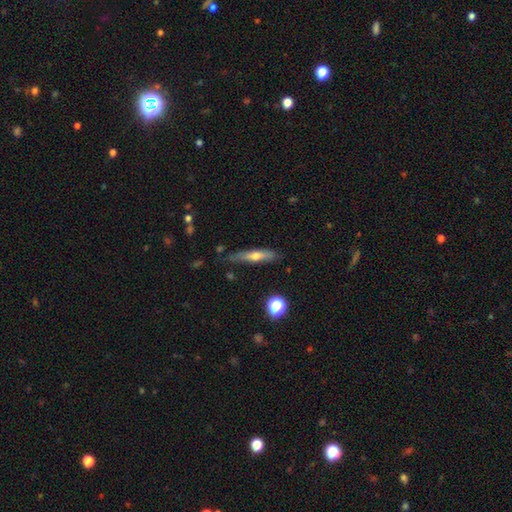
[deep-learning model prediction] Smooth or featured? featured or disk (47%)
Merging? none (78%)